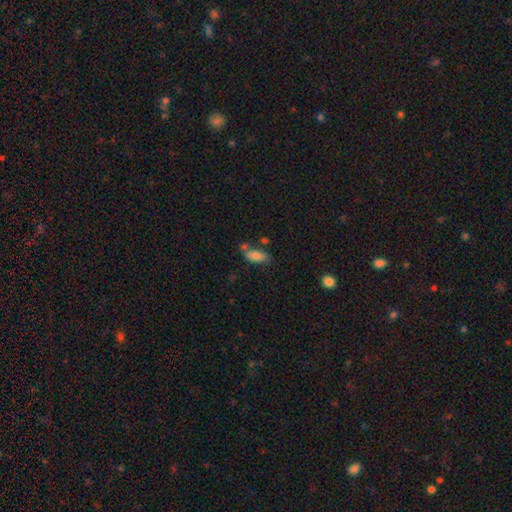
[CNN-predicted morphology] Smooth or featured: smooth — 80% (featured or disk — 11%)
How rounded: in between — 84% (cigar-shaped — 14%)
Merging: none — 55% (merger — 20%)